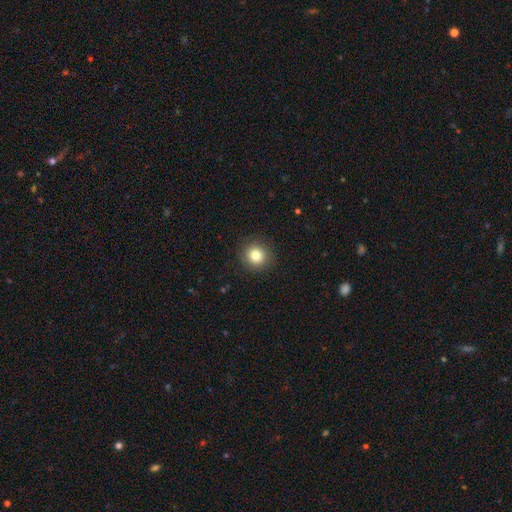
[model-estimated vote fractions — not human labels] smooth 82%, star or artifact 11%, featured or disk 7%. Down the decision tree: how rounded — round (90%); merging — none (91%).